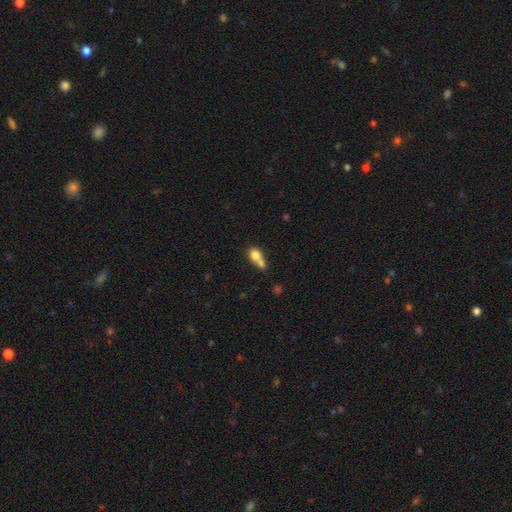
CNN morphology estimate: smooth 75%, featured or disk 15%, star or artifact 10%. Down the decision tree: how rounded — round (49%); merging — merger (62%).